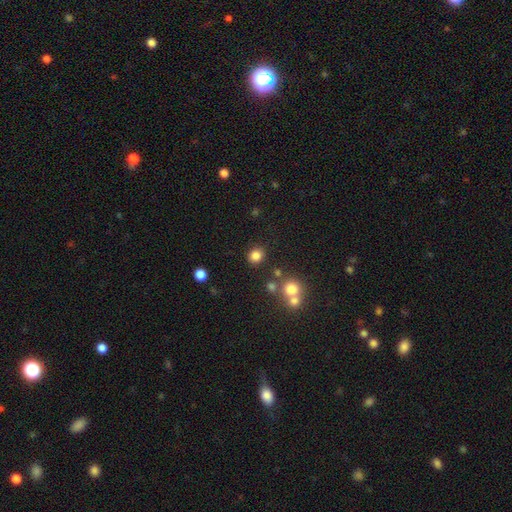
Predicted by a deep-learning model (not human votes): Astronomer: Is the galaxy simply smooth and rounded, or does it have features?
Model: smooth — 82%.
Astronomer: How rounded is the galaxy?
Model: round — 76%.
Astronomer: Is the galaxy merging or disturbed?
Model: none — 84%.